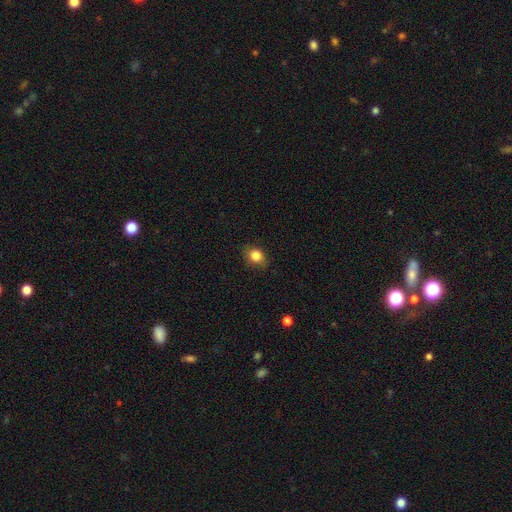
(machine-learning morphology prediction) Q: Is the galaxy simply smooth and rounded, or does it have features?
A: smooth — 84%.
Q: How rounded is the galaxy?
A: round — 53%.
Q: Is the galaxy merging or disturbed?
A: none — 81%.